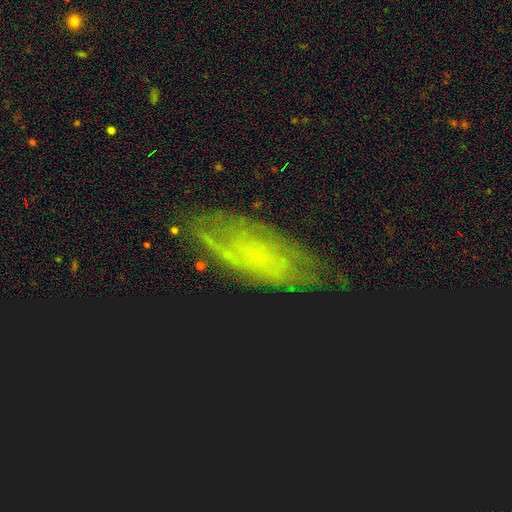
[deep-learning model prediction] featured or disk 51%, smooth 26%, star or artifact 23%. Down the decision tree: edge-on disk — no (84%); merging — none (69%).